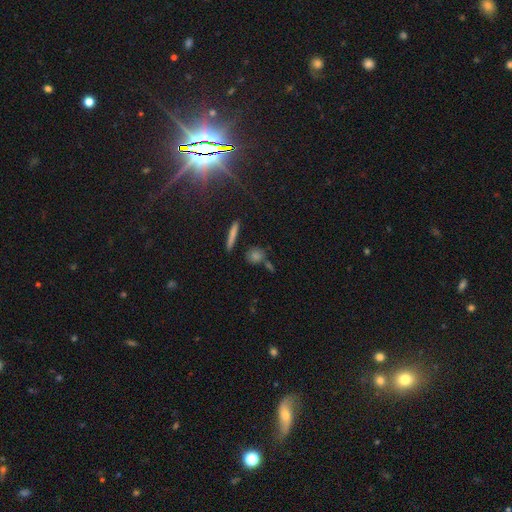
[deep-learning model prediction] Smooth or featured: smooth — 58% (star or artifact — 25%)
How rounded: round — 59% (cigar-shaped — 22%)
Merging: none — 74% (merger — 11%)